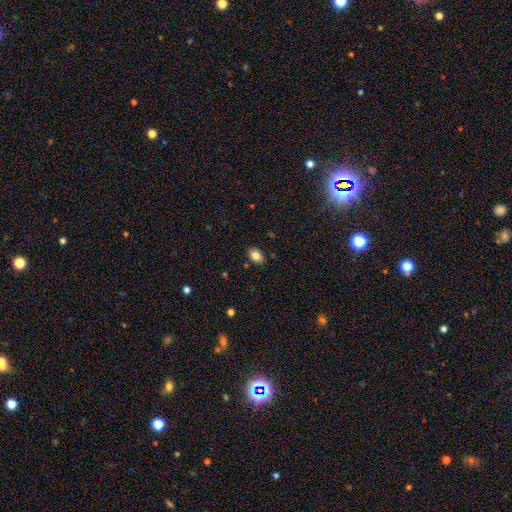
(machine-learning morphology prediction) A smooth galaxy with no disk features (84%) that is in between round and cigar-shaped (84%).

Vote fractions:
- Smooth or featured? smooth: 84% / star or artifact: 9% / featured or disk: 7%
- How rounded? in between: 84% / round: 15% / cigar-shaped: 1%
- Merging? none: 87% / minor disturbance: 10% / major disturbance: 2% / merger: 1%